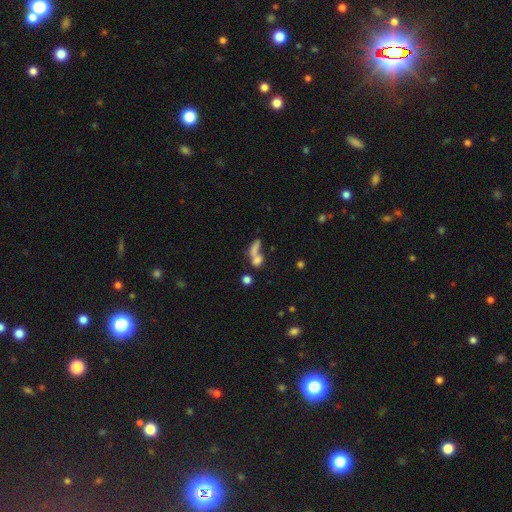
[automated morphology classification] This appears to be a smooth galaxy with no disk features (67%) that is in between round and cigar-shaped (50%). Merging: merger (51%).